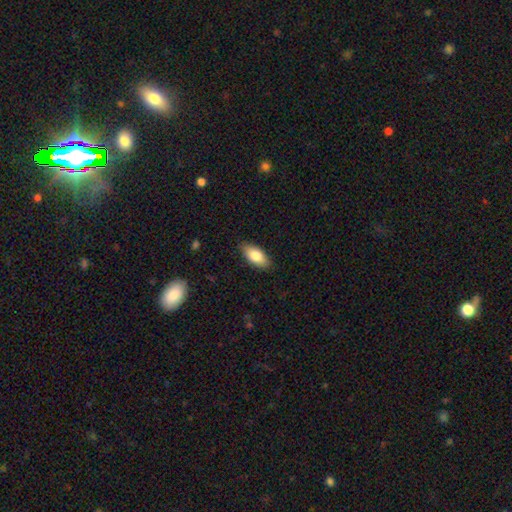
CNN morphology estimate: Q: Smooth or featured?
A: smooth (81%); runner-up: featured or disk (13%)
Q: How rounded?
A: in between (91%); runner-up: cigar-shaped (6%)
Q: Merging?
A: none (85%); runner-up: minor disturbance (12%)